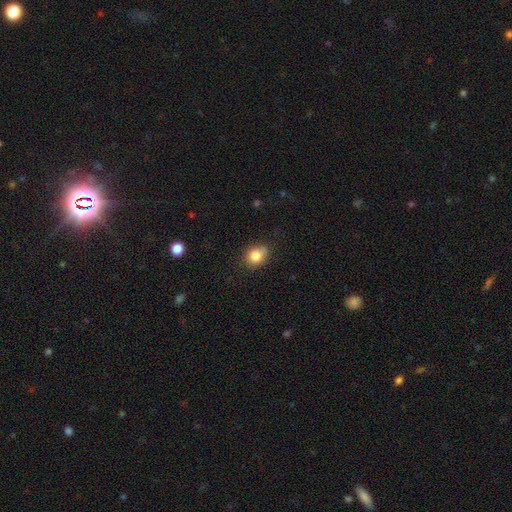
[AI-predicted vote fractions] Smooth or featured? smooth (82%)
How rounded? round (60%)
Merging? none (66%)